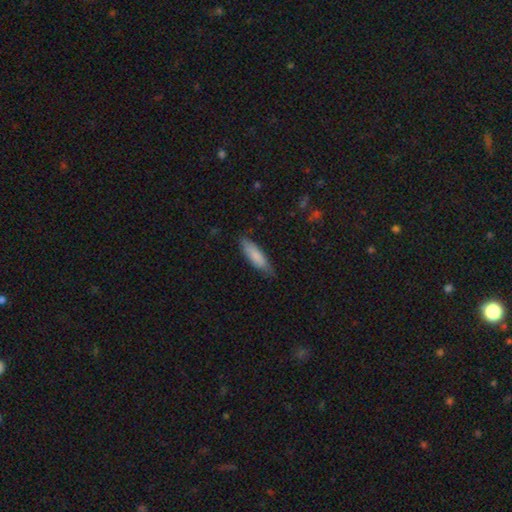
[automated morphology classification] Overall: smooth (82%). How rounded: cigar-shaped (55%; in between 43%). Merging: none (73%).